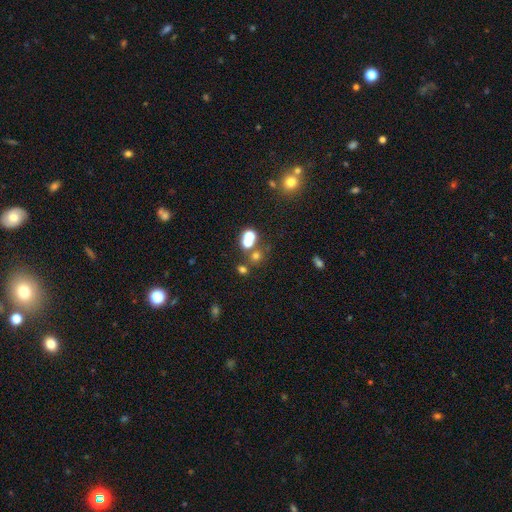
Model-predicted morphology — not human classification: Smooth or featured: smooth — 61% (star or artifact — 27%)
How rounded: round — 80% (in between — 19%)
Merging: none — 55% (merger — 32%)